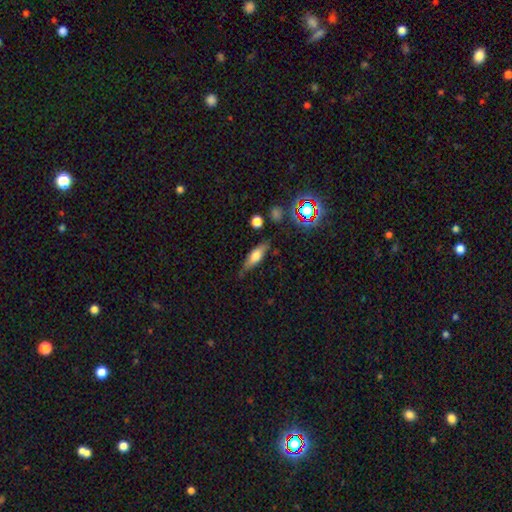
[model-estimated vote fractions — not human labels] Morphology: type=smooth (59%); roundness=in between (56%); merging=none (72%).